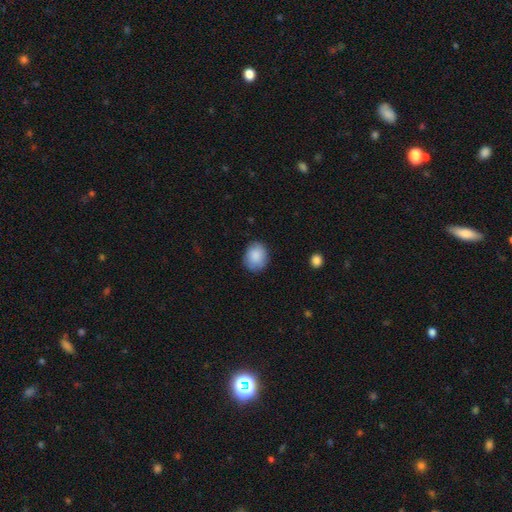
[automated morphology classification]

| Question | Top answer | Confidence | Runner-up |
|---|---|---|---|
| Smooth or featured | smooth | 88% | star or artifact (7%) |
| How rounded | round | 60% | in between (39%) |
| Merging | none | 81% | minor disturbance (14%) |